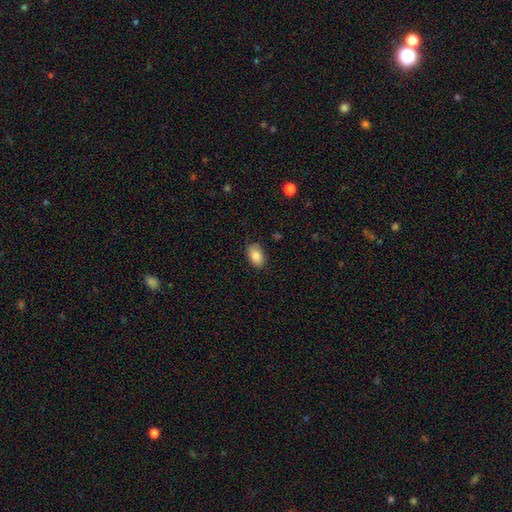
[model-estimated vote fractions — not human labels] smooth 84%, featured or disk 8%, star or artifact 7%. Down the decision tree: how rounded — in between (89%); merging — none (82%).